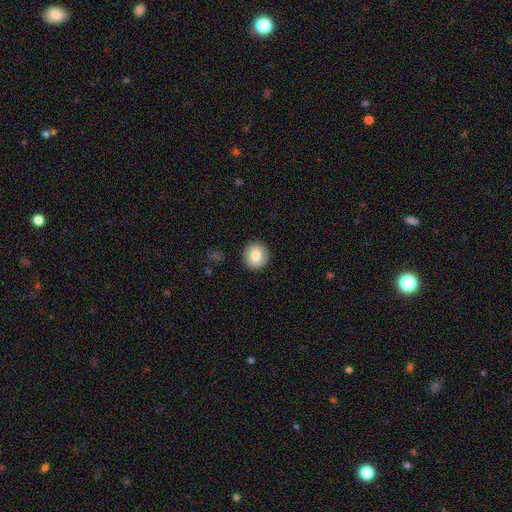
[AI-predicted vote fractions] Overall: smooth (76%). How rounded: round (92%). Merging: none (90%).